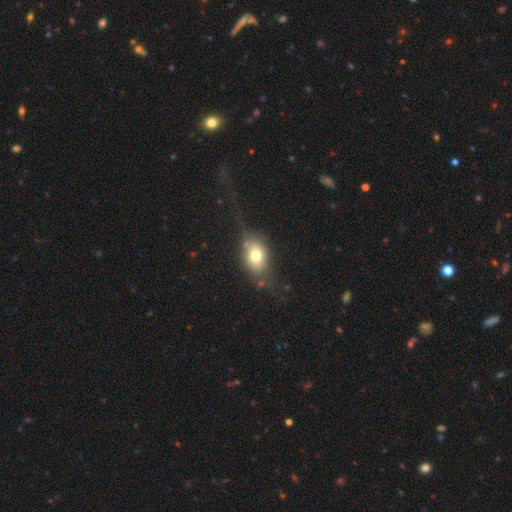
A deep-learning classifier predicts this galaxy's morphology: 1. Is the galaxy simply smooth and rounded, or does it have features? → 70% smooth, 20% featured or disk, 10% star or artifact.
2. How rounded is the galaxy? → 72% in between, 25% round, 2% cigar-shaped.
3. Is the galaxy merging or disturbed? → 56% none, 24% minor disturbance, 15% major disturbance, 5% merger.